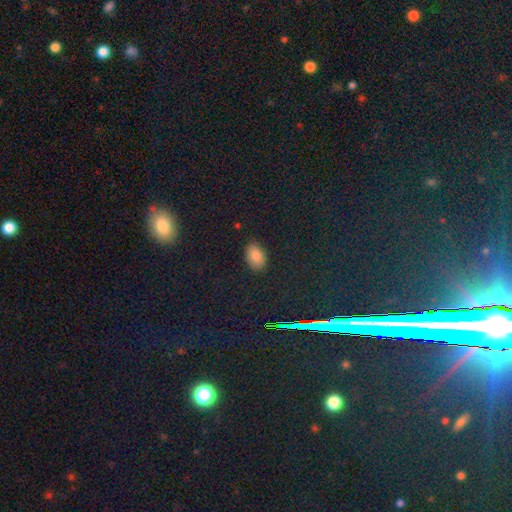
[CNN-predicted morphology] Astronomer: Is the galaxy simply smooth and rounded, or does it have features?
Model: smooth — 81%.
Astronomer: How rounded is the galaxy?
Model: in between — 87%.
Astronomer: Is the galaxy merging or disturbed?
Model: none — 85%.